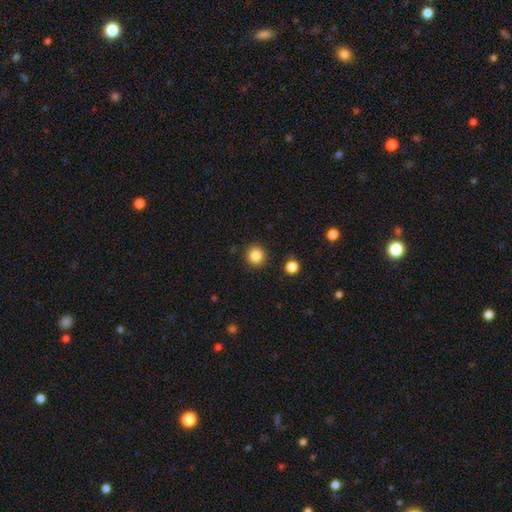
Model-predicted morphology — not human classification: smooth 85%, star or artifact 10%, featured or disk 4%. Down the decision tree: how rounded — round (94%); merging — none (91%).